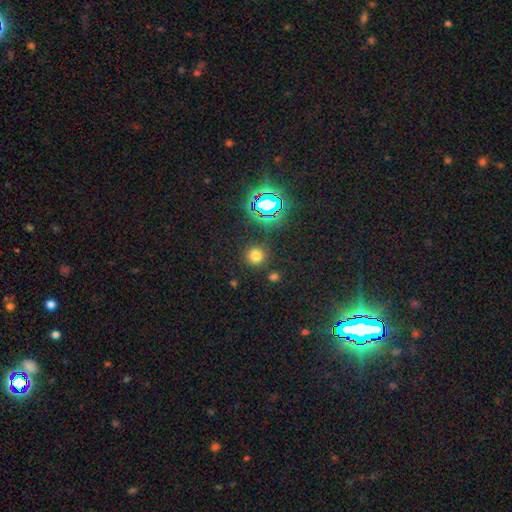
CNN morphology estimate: Smooth or featured? Predicted: smooth (p=0.70). How rounded? Predicted: round (p=0.93). Merging? Predicted: none (p=0.86).